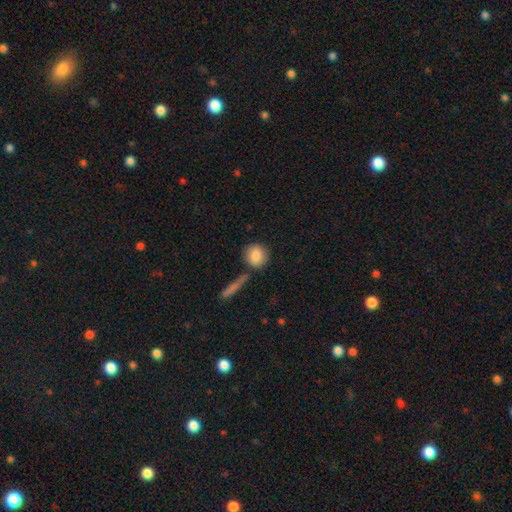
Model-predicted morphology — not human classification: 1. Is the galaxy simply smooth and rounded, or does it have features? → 84% smooth, 8% featured or disk, 7% star or artifact.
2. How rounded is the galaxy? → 86% round, 11% in between, 3% cigar-shaped.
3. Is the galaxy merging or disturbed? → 76% none, 11% merger, 10% minor disturbance, 3% major disturbance.